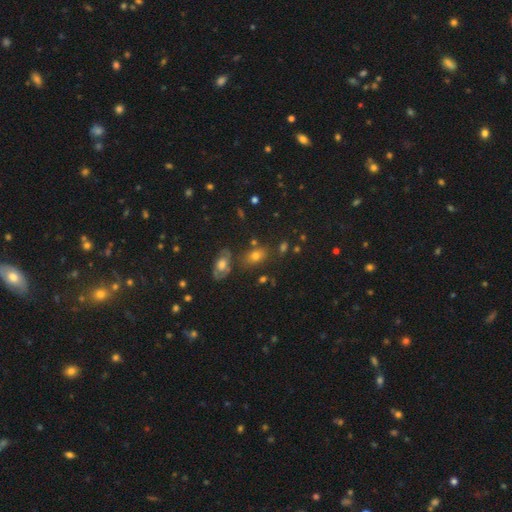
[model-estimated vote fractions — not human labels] smooth-or-featured: smooth: 57% | star or artifact: 25% | featured or disk: 18%
  how-rounded: in between: 67% | round: 30% | cigar-shaped: 3%
  merging: none: 66% | merger: 16% | minor disturbance: 13% | major disturbance: 5%